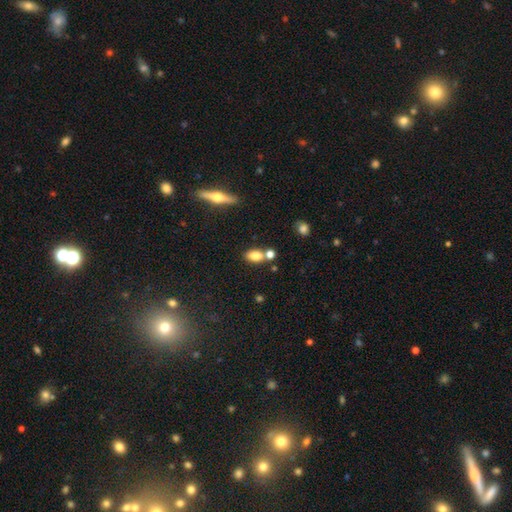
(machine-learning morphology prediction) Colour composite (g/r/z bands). It shows a smooth galaxy with no disk features (79%) that is in between round and cigar-shaped (84%). Merging: none (60%).